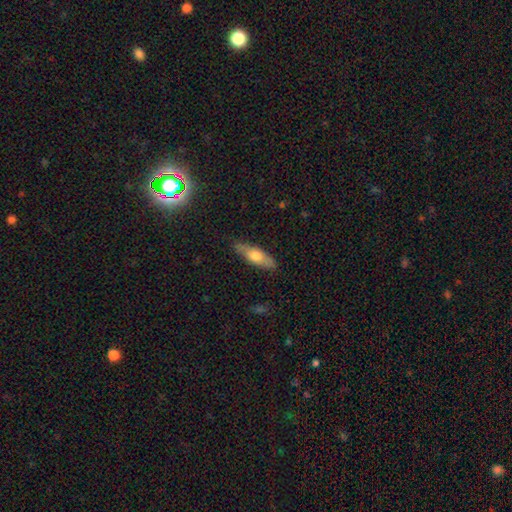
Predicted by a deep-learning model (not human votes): A smooth galaxy with no disk features (59%) that is cigar-shaped (53%).

Vote fractions:
- Smooth or featured? smooth: 59% / featured or disk: 35% / star or artifact: 6%
- How rounded? cigar-shaped: 53% / in between: 44% / round: 2%
- Merging? none: 85% / minor disturbance: 12% / major disturbance: 2% / merger: 1%